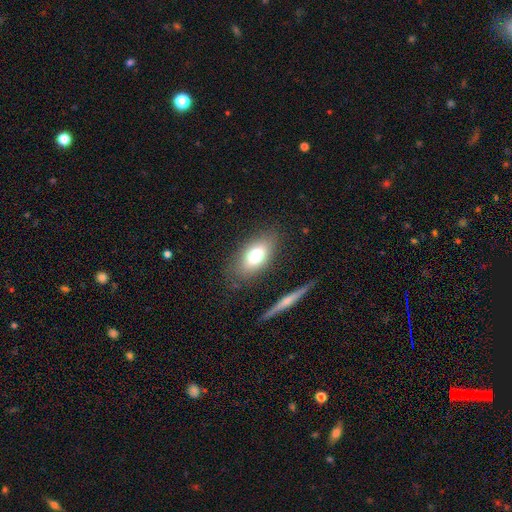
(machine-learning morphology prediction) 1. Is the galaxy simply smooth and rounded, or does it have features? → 72% smooth, 18% featured or disk, 10% star or artifact.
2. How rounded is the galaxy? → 85% in between, 10% round, 5% cigar-shaped.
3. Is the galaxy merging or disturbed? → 80% none, 12% minor disturbance, 4% major disturbance, 3% merger.